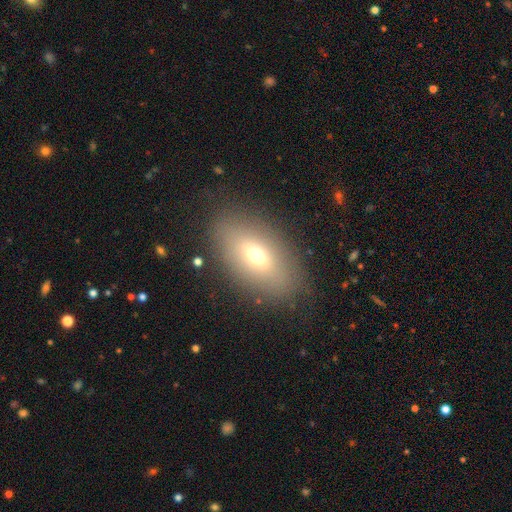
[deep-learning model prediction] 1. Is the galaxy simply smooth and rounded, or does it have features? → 65% smooth, 23% featured or disk, 12% star or artifact.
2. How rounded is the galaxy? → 87% in between, 9% round, 5% cigar-shaped.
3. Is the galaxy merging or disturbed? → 82% none, 11% minor disturbance, 5% major disturbance, 1% merger.